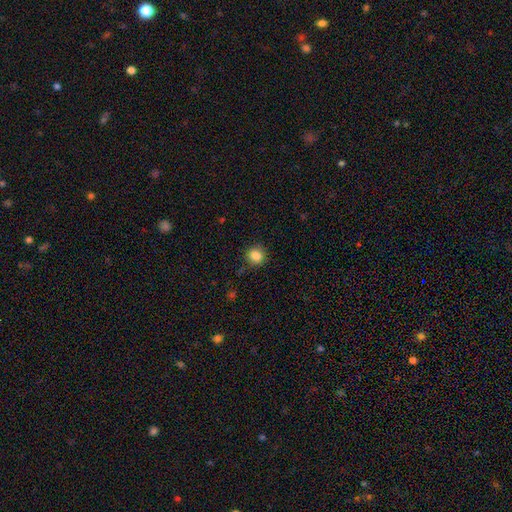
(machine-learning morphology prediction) Overall: smooth (85%). How rounded: round (86%). Merging: none (85%).